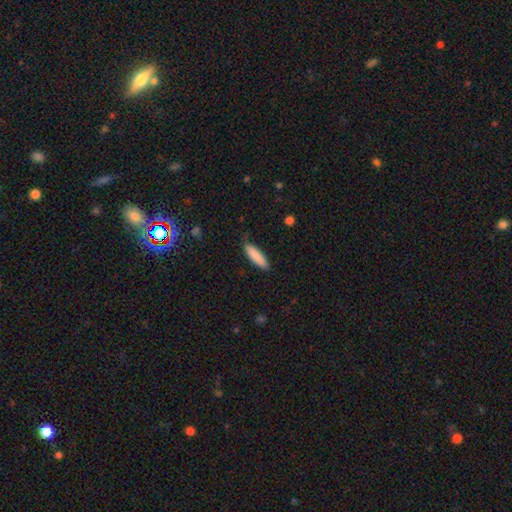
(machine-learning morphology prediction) Smooth or featured? smooth (87%)
How rounded? cigar-shaped (69%)
Merging? none (81%)